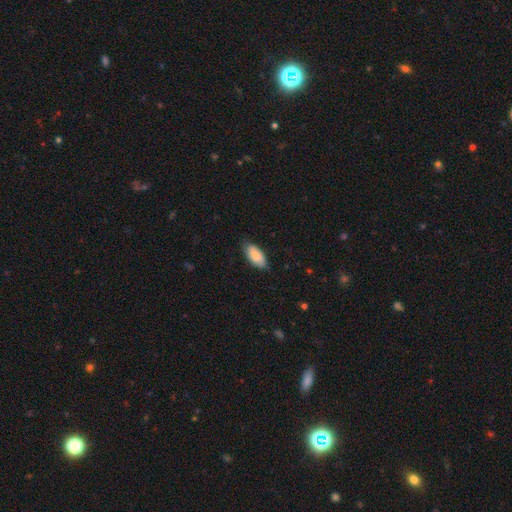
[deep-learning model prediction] Smooth or featured? smooth (81%)
How rounded? in between (92%)
Merging? none (78%)